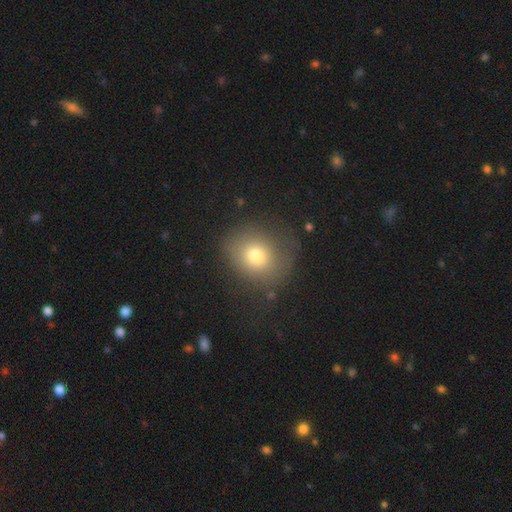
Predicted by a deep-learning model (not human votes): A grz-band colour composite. It shows a smooth galaxy with no disk features (74%) that is round (72%). Merging: none (67%).